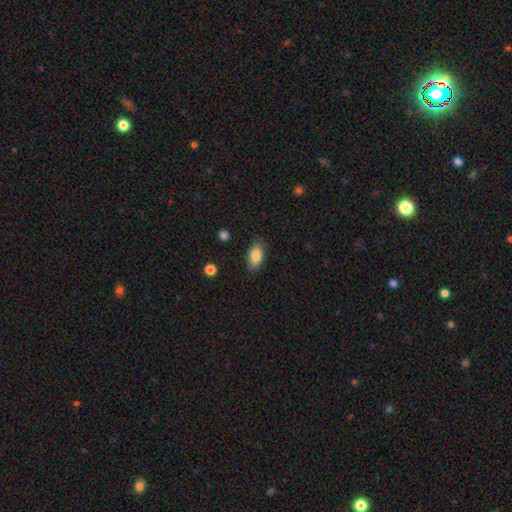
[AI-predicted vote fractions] This appears to be a smooth galaxy with no disk features (83%) that is in between round and cigar-shaped (90%). Merging: none (82%).